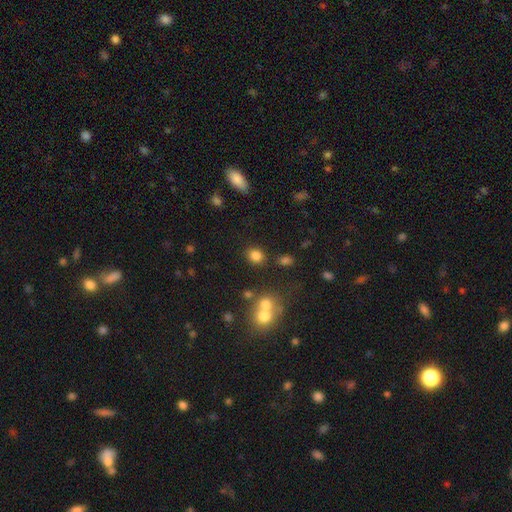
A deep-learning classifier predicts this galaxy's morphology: smooth-or-featured: smooth: 81% | star or artifact: 13% | featured or disk: 5%
  how-rounded: round: 70% | in between: 28% | cigar-shaped: 1%
  merging: none: 81% | minor disturbance: 9% | merger: 6% | major disturbance: 3%